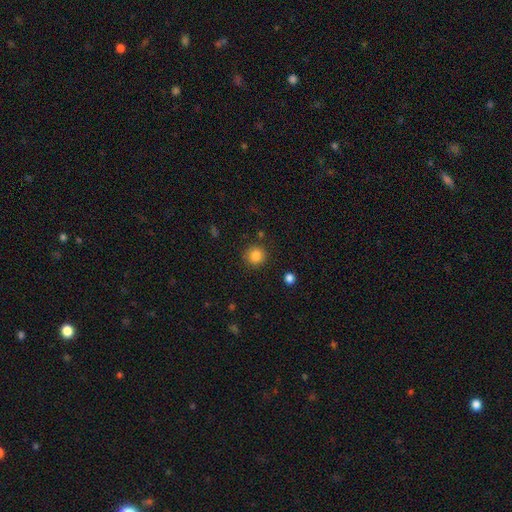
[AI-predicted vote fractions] The model was most divided on "smooth or featured": smooth: 84%, star or artifact: 11%, featured or disk: 5%. More confident: how rounded — round (93%); merging — none (88%).